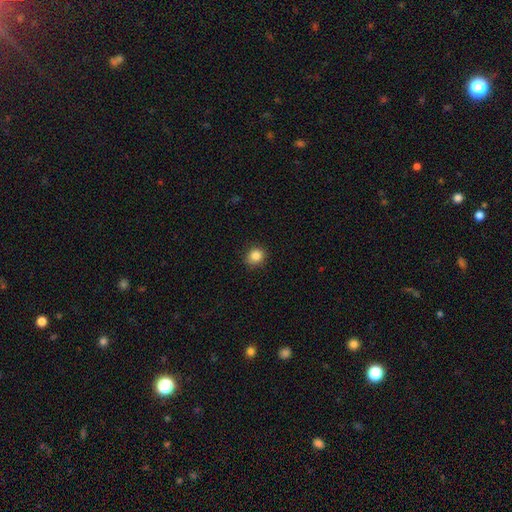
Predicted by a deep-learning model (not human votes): Smooth or featured: smooth — 86% (star or artifact — 10%)
How rounded: round — 81% (in between — 18%)
Merging: none — 87% (minor disturbance — 10%)